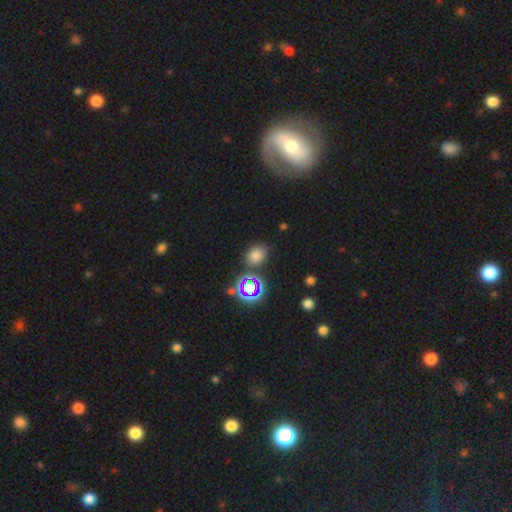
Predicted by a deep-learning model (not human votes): A smooth galaxy with no disk features (66%) that is round (61%).

Vote fractions:
- Smooth or featured? smooth: 66% / star or artifact: 27% / featured or disk: 8%
- How rounded? round: 61% / in between: 38% / cigar-shaped: 1%
- Merging? none: 75% / minor disturbance: 14% / merger: 7% / major disturbance: 5%